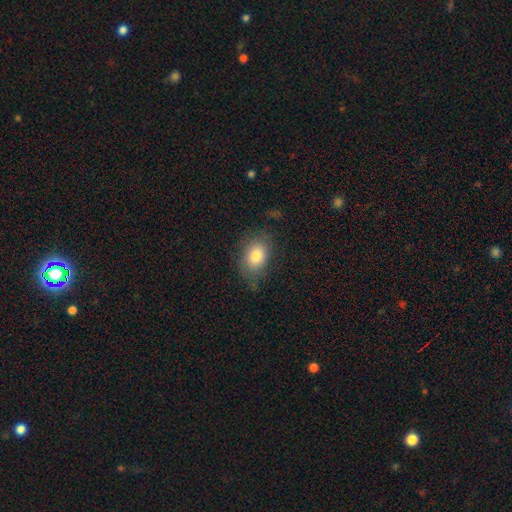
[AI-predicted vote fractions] Smooth or featured?
  - smooth: 80% *
  - featured or disk: 11%
  - star or artifact: 9%
How rounded?
  - in between: 75% *
  - round: 24%
  - cigar-shaped: 1%
Merging?
  - none: 73% *
  - minor disturbance: 20%
  - major disturbance: 6%
  - merger: 1%